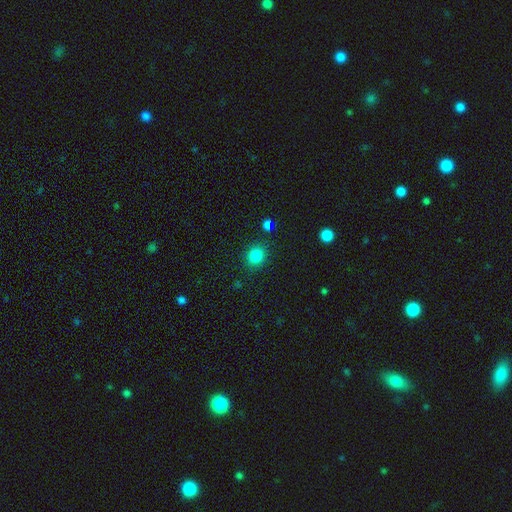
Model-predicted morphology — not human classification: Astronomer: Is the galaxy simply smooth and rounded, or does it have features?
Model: smooth — 85%.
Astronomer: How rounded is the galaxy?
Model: round — 75%.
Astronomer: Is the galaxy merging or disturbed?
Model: none — 85%.